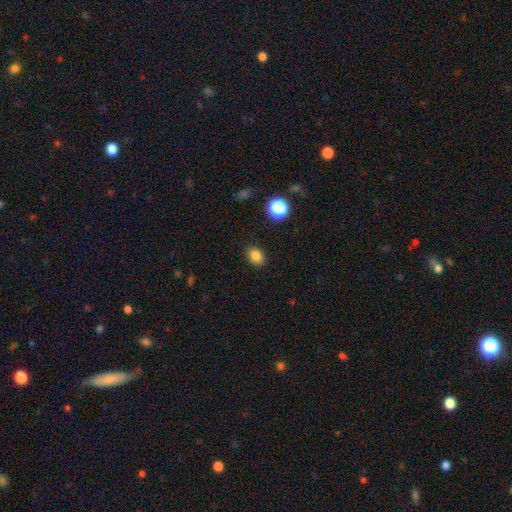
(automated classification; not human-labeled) Smooth or featured? Predicted: smooth (p=0.83). How rounded? Predicted: in between (p=0.67). Merging? Predicted: none (p=0.88).